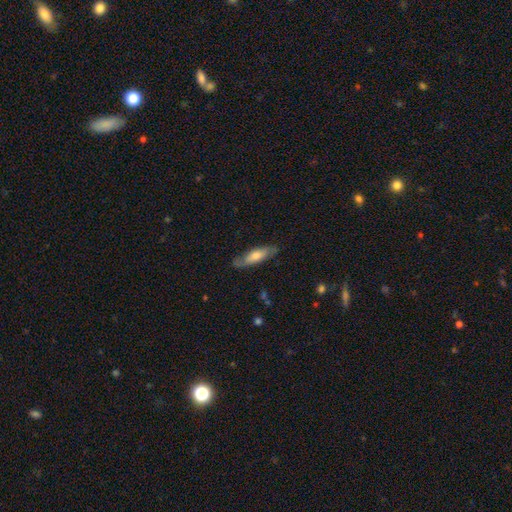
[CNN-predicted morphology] A smooth galaxy with no disk features (53%) that is cigar-shaped (59%). Merging: none (77%).